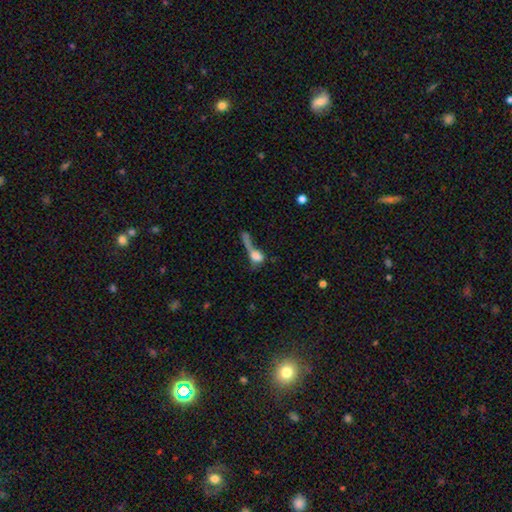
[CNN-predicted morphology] Smooth or featured?
  - smooth: 56% *
  - featured or disk: 32%
  - star or artifact: 13%
How rounded?
  - in between: 54% *
  - round: 24%
  - cigar-shaped: 22%
Merging?
  - major disturbance: 47% *
  - merger: 24%
  - none: 18%
  - minor disturbance: 11%